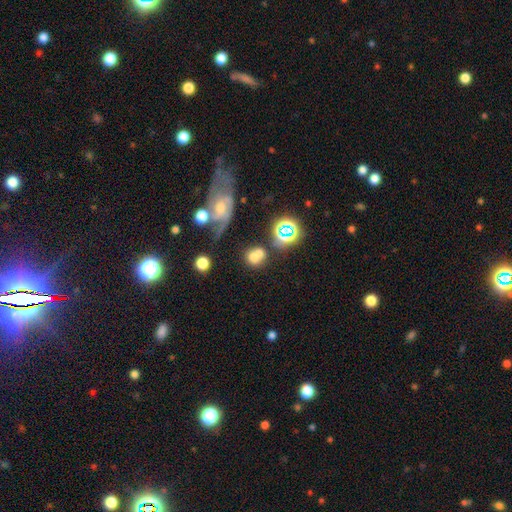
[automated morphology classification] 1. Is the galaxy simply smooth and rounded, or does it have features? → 64% smooth, 18% featured or disk, 17% star or artifact.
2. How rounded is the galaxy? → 73% round, 25% in between, 2% cigar-shaped.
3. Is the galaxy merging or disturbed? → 51% merger, 31% none, 10% minor disturbance, 8% major disturbance.